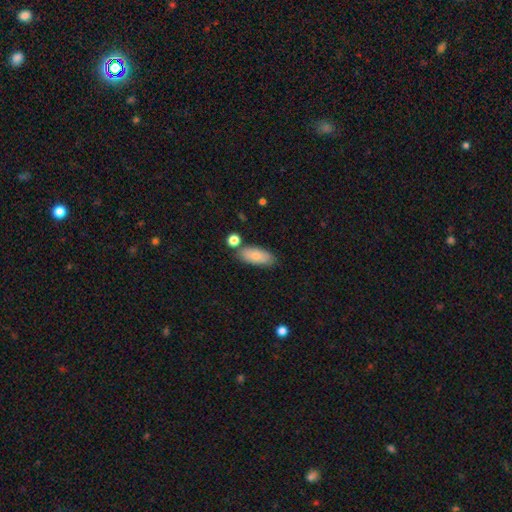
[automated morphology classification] Smooth or featured? smooth (79%)
How rounded? in between (85%)
Merging? none (72%)